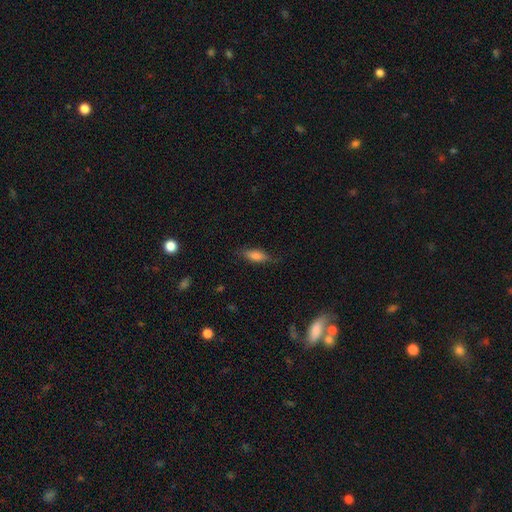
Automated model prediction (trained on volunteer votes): This is likely a smooth galaxy (70%). How rounded: likely in between (64%). Merging: likely none (74%).